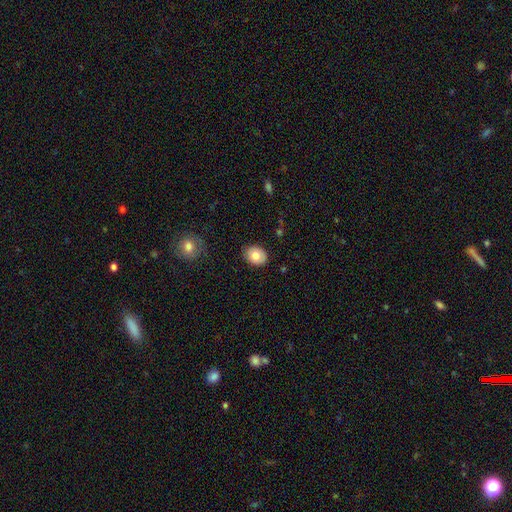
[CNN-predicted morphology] The model was most divided on "how rounded": in between: 50%, round: 49%, cigar-shaped: 1%. More confident: merging — none (88%); smooth or featured — smooth (80%).